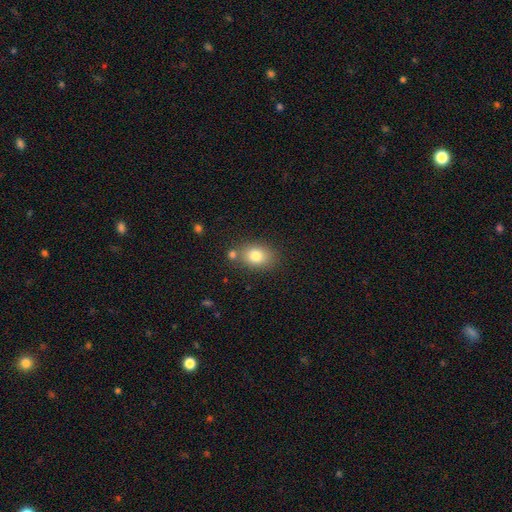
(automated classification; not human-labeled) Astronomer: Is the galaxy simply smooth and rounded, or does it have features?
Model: smooth — 80%.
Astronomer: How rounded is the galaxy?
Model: in between — 67%.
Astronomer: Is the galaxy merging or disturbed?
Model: none — 71%.